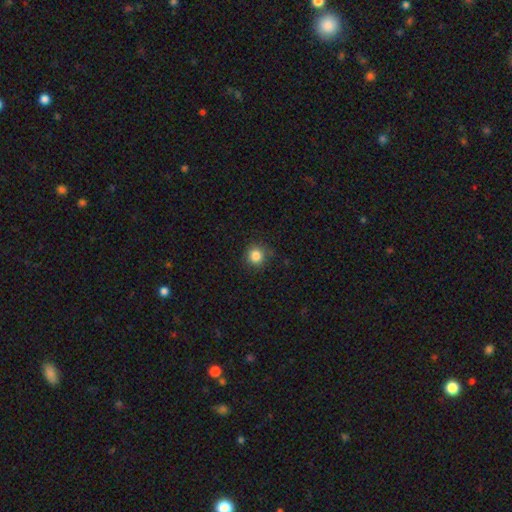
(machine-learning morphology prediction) smooth_or_featured: smooth (p=0.84) [alt: star or artifact p=0.11]
how_rounded: round (p=0.93) [alt: in between p=0.06]
merging: none (p=0.86) [alt: minor disturbance p=0.10]